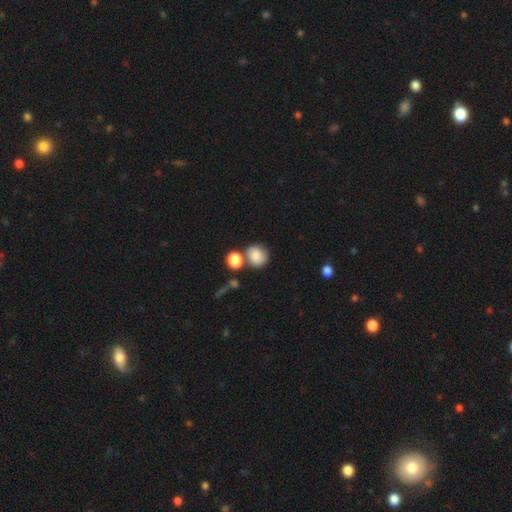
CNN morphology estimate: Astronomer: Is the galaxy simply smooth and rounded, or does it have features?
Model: smooth — 79%.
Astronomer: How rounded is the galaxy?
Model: round — 78%.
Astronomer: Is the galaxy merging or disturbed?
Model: none — 54%.